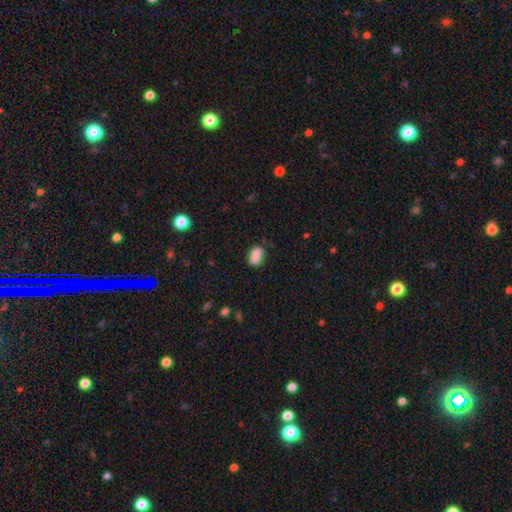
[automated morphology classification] This is clearly a smooth galaxy (83%). How rounded: clearly in between (84%). Merging: likely none (71%).